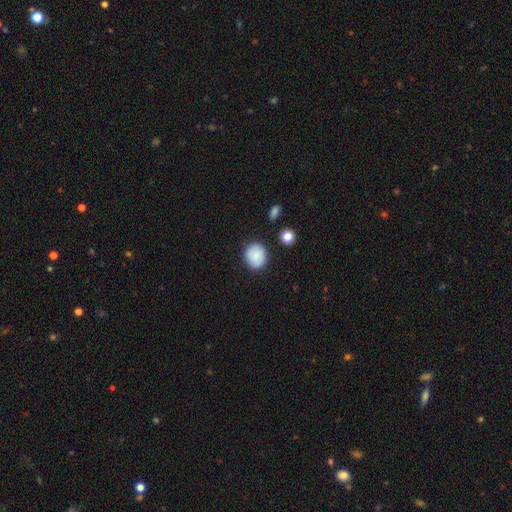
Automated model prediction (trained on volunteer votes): A smooth galaxy with no disk features (77%) that is round (75%).

Vote fractions:
- Smooth or featured? smooth: 77% / featured or disk: 15% / star or artifact: 8%
- How rounded? round: 75% / in between: 24% / cigar-shaped: 1%
- Merging? none: 84% / minor disturbance: 11% / major disturbance: 3% / merger: 2%